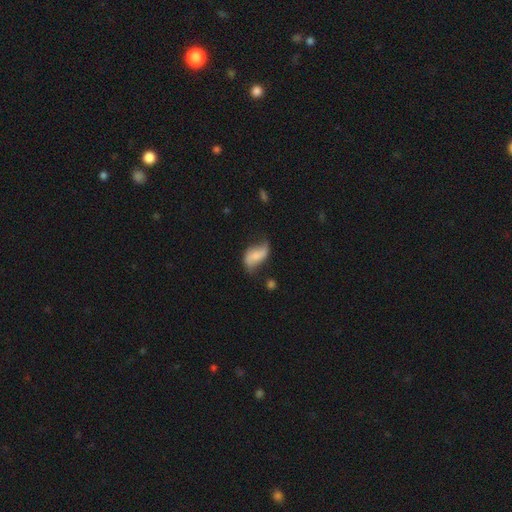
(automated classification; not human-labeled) This is possibly a featured or disk galaxy (52%). It is clearly not viewed edge-on (95%). Merging: possibly none (51%).